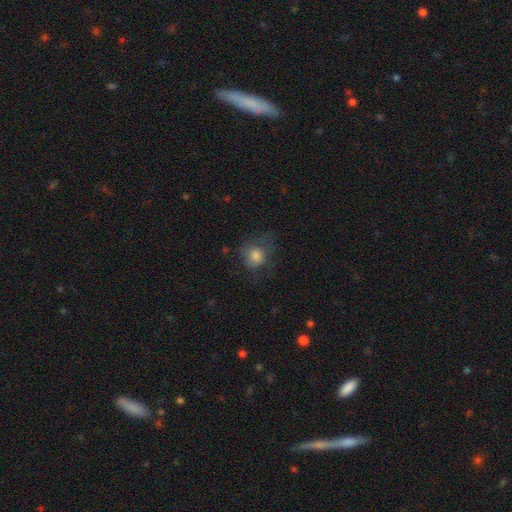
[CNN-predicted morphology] Smooth or featured? smooth (75%)
How rounded? round (73%)
Merging? none (51%)